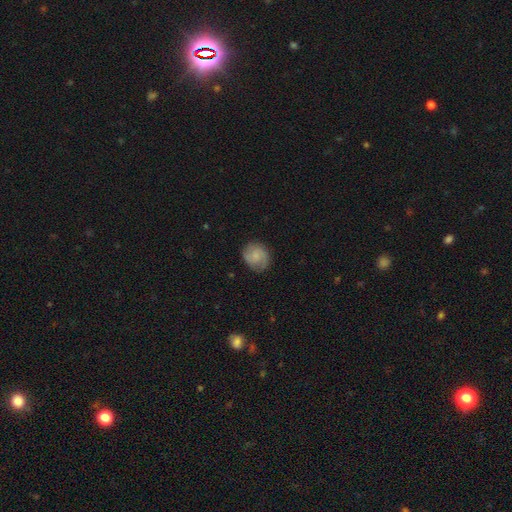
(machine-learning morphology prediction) Smooth or featured: smooth — 53% (featured or disk — 39%)
How rounded: round — 69% (in between — 30%)
Merging: none — 78% (minor disturbance — 16%)